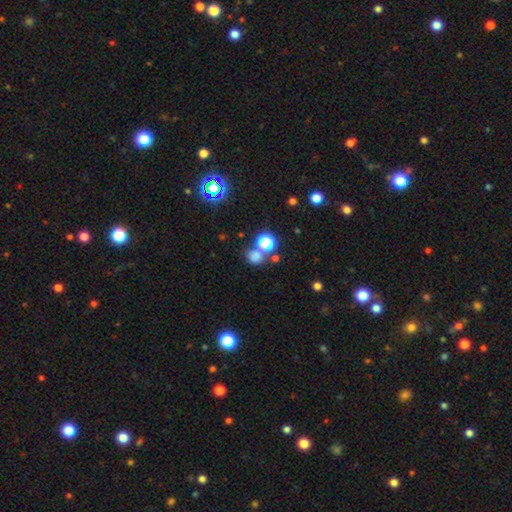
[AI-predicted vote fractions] Overall: smooth (67%). How rounded: round (75%). Merging: none (60%; merger 23%).